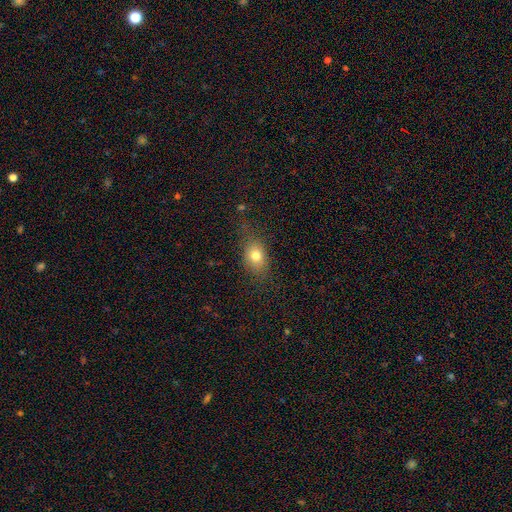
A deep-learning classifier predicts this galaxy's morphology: This is likely a smooth galaxy (77%). How rounded: likely in between (67%). Merging: likely none (72%).